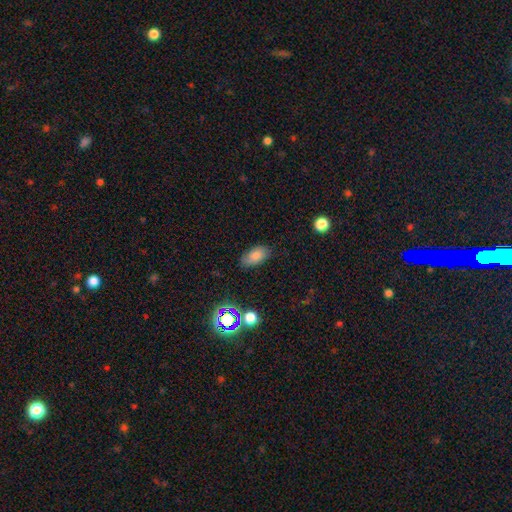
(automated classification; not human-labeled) A smooth galaxy with no disk features (78%) that is in between round and cigar-shaped (92%). Merging: none (76%).